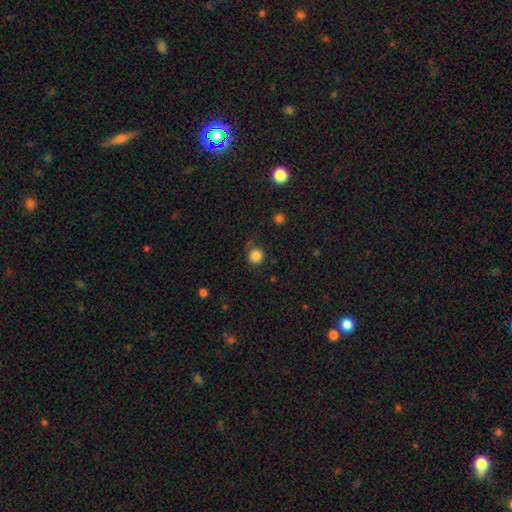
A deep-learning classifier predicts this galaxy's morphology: A smooth galaxy with no disk features (84%) that is round (91%).

Vote fractions:
- Smooth or featured? smooth: 84% / star or artifact: 12% / featured or disk: 5%
- How rounded? round: 91% / in between: 8% / cigar-shaped: 1%
- Merging? none: 77% / minor disturbance: 14% / major disturbance: 6% / merger: 3%